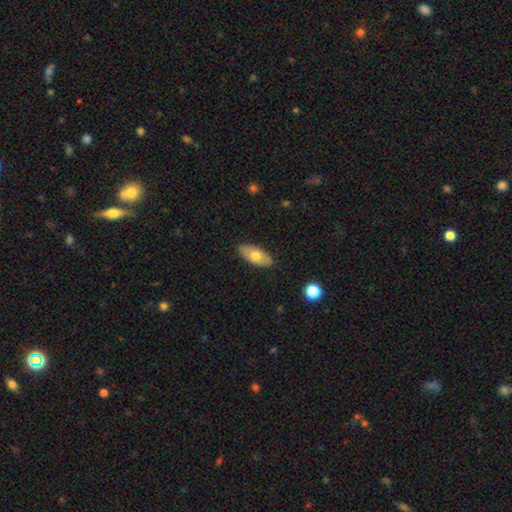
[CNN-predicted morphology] A smooth galaxy with no disk features (67%) that is in between round and cigar-shaped (89%). Merging: none (86%).